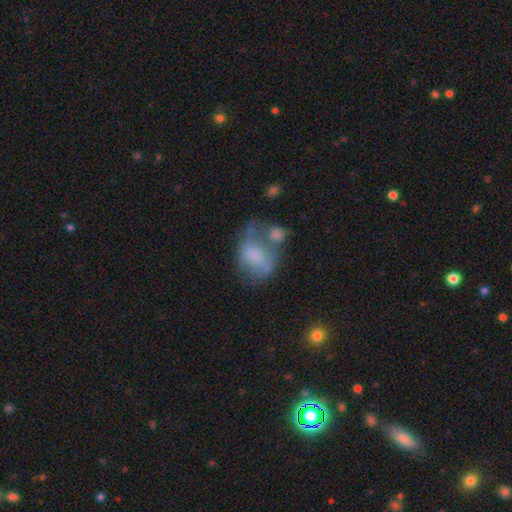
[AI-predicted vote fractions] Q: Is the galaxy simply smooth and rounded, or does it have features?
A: smooth — 54%.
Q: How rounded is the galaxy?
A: in between — 68%.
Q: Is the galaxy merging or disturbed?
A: merger — 30%.